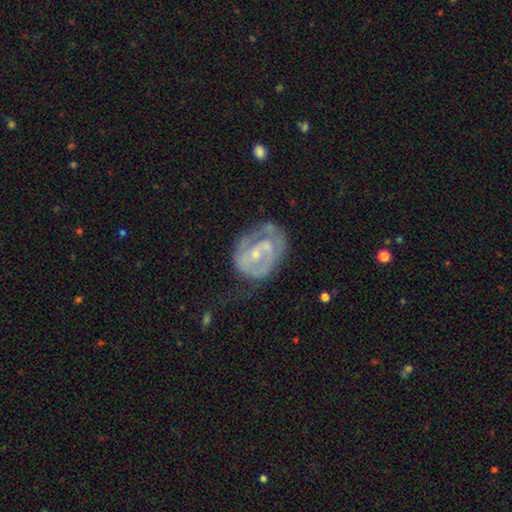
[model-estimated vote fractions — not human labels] A featured or disk galaxy (78%) with no bar (44%), 2 (50%) tight (51%) spiral arms (77%) and a small central bulge (66%). Merging: none (47%).